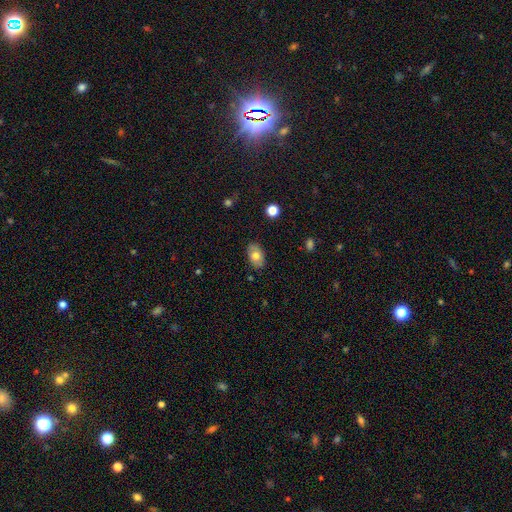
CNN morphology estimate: Smooth or featured? Predicted: smooth (p=0.71). How rounded? Predicted: in between (p=0.89). Merging? Predicted: none (p=0.84).